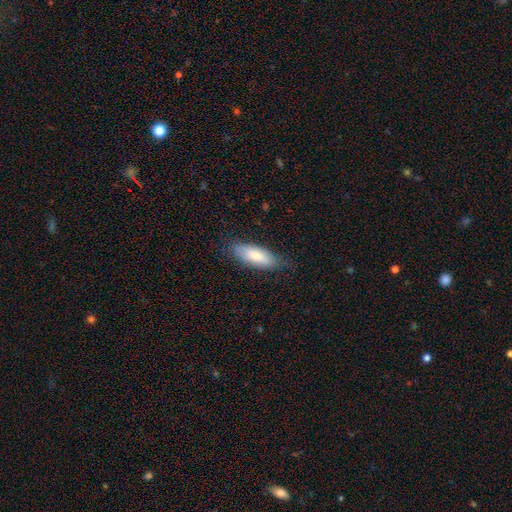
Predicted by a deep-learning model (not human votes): Smooth or featured: smooth — 77% (featured or disk — 17%)
How rounded: in between — 66% (cigar-shaped — 32%)
Merging: none — 77% (minor disturbance — 18%)